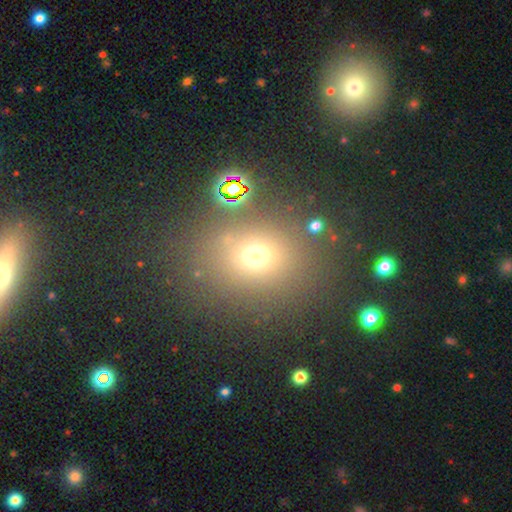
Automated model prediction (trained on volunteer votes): Overall: smooth (63%; star or artifact 27%). How rounded: round (65%; in between 34%). Merging: none (78%).